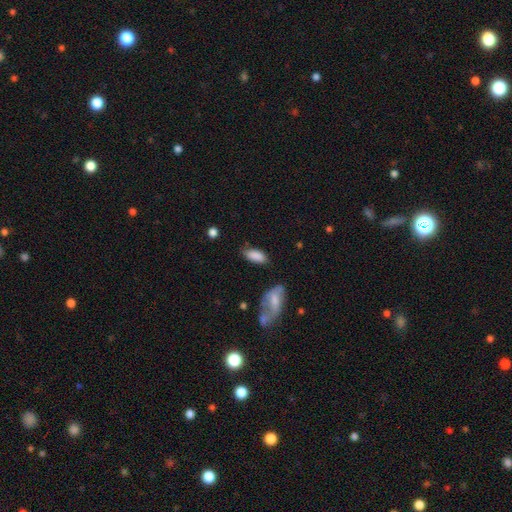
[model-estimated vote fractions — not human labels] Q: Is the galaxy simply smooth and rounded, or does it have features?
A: smooth — 85%.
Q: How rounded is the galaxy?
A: in between — 87%.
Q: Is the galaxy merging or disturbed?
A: none — 67%.